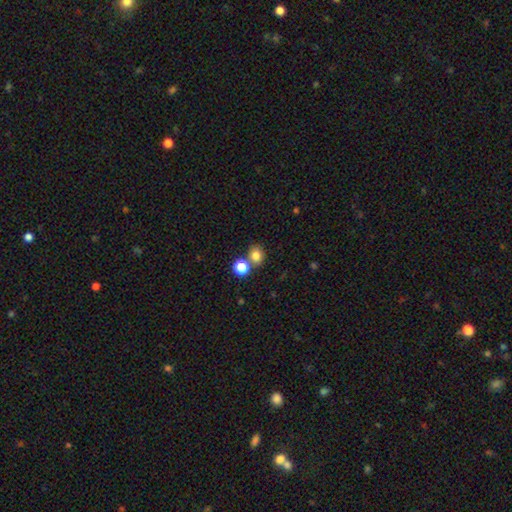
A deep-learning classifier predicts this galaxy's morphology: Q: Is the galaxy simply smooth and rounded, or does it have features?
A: smooth — 78%.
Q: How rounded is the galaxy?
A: round — 72%.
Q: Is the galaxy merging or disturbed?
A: none — 65%.